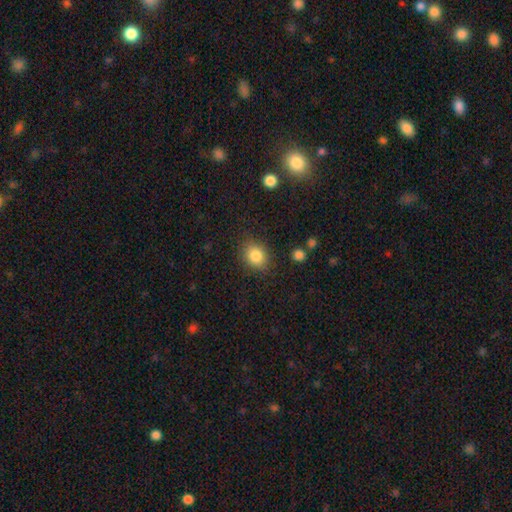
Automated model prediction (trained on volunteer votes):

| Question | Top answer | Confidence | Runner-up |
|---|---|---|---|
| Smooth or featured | smooth | 84% | star or artifact (10%) |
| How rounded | round | 52% | in between (47%) |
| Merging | none | 84% | minor disturbance (11%) |